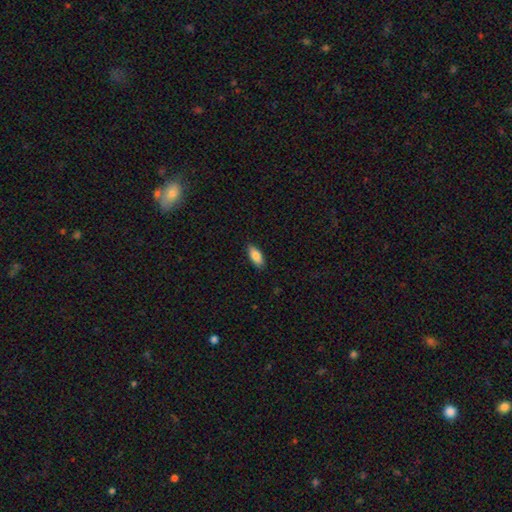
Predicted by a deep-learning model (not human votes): Smooth or featured: smooth — 83% (featured or disk — 10%)
How rounded: in between — 87% (cigar-shaped — 11%)
Merging: none — 84% (minor disturbance — 13%)